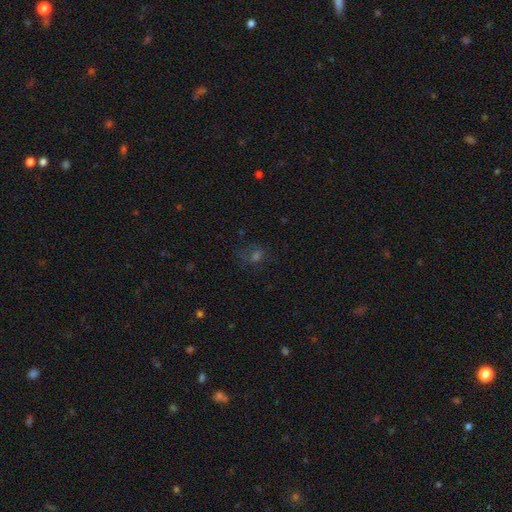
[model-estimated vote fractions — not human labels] smooth_or_featured: smooth (p=0.46) [alt: star or artifact p=0.39]
merging: none (p=0.62) [alt: minor disturbance p=0.19]